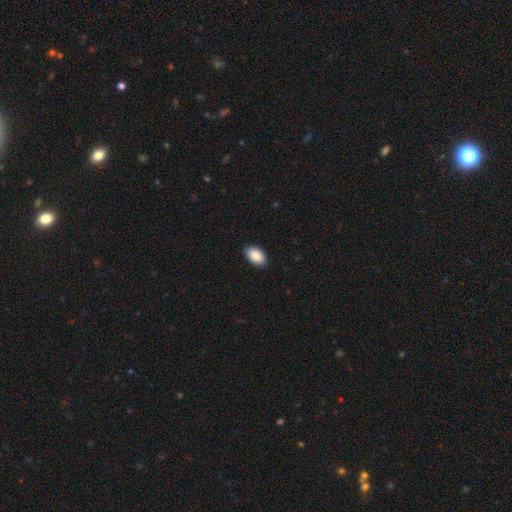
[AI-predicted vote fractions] smooth-or-featured: smooth: 91% | star or artifact: 6% | featured or disk: 3%
  how-rounded: in between: 94% | round: 5% | cigar-shaped: 1%
  merging: none: 89% | minor disturbance: 8% | major disturbance: 2% | merger: 1%